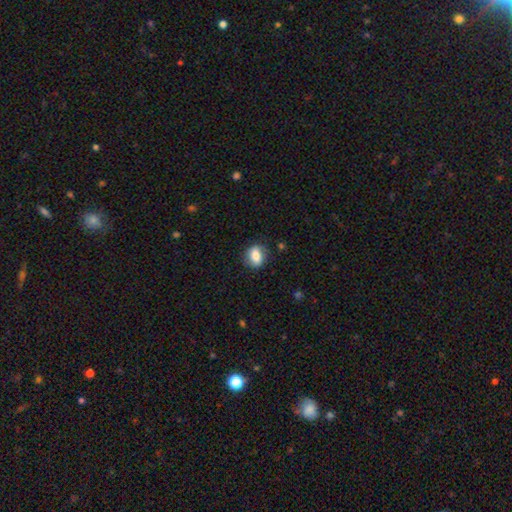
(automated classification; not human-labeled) Smooth or featured? Predicted: smooth (p=0.80). How rounded? Predicted: in between (p=0.62). Merging? Predicted: none (p=0.81).